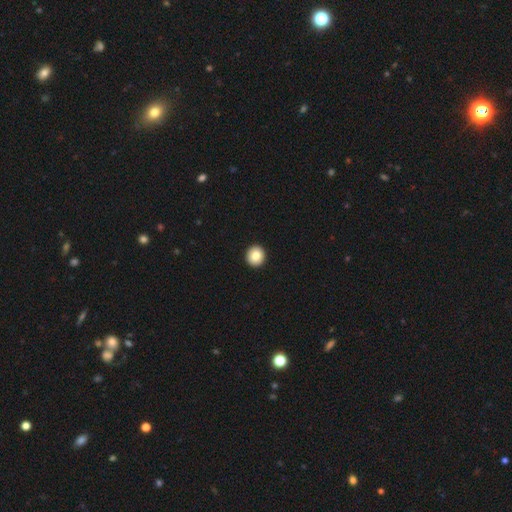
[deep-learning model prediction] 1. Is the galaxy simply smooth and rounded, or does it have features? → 83% smooth, 9% featured or disk, 8% star or artifact.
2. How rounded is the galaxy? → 93% round, 6% in between, 1% cigar-shaped.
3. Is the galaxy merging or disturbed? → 94% none, 3% minor disturbance, 1% major disturbance, 1% merger.